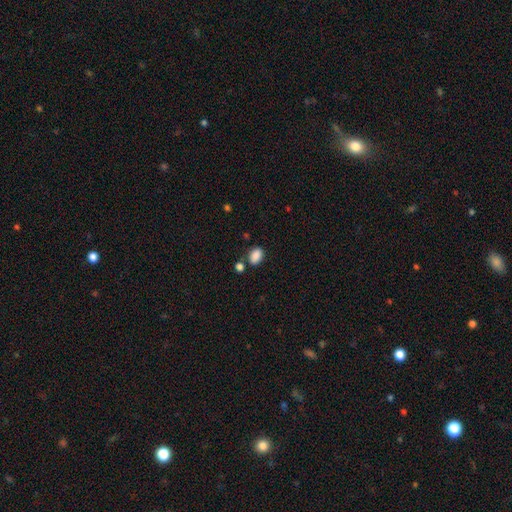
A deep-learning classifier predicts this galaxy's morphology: Smooth or featured? Predicted: smooth (p=0.87). How rounded? Predicted: in between (p=0.82). Merging? Predicted: none (p=0.71).